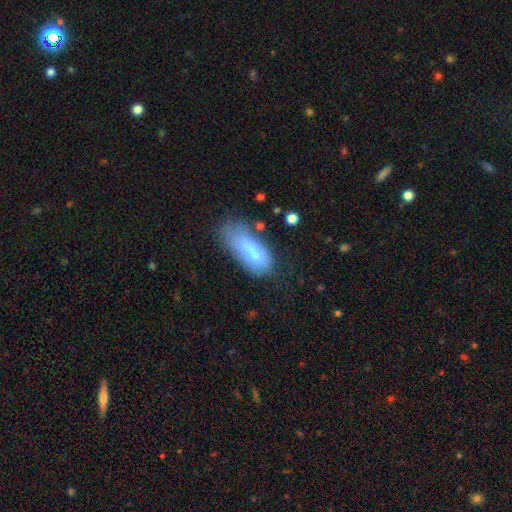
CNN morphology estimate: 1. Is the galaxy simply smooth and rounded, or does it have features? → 65% smooth, 26% featured or disk, 8% star or artifact.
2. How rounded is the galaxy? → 81% in between, 17% cigar-shaped, 3% round.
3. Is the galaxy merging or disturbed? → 37% none, 28% minor disturbance, 22% major disturbance, 12% merger.